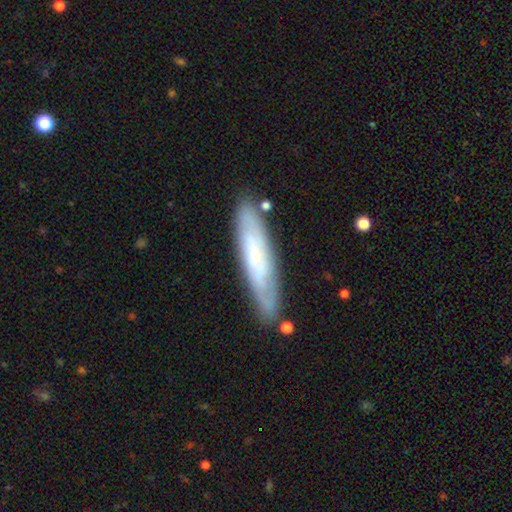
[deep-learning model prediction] The model was most divided on "edge-on disk": no: 55%, yes: 45%. More confident: merging — none (81%); smooth or featured — featured or disk (56%).